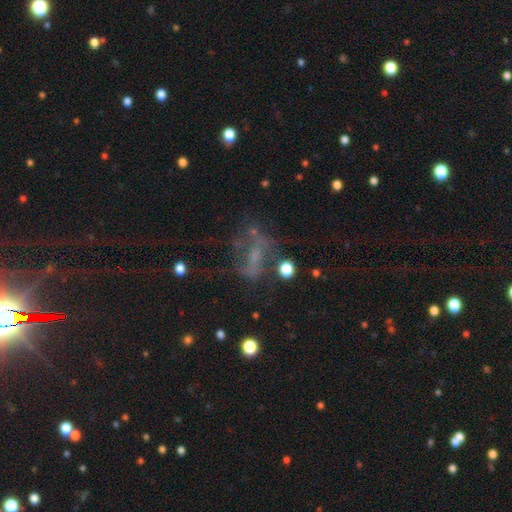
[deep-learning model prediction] featured or disk 41%, star or artifact 32%, smooth 27%. Down the decision tree: merging — none (40%).